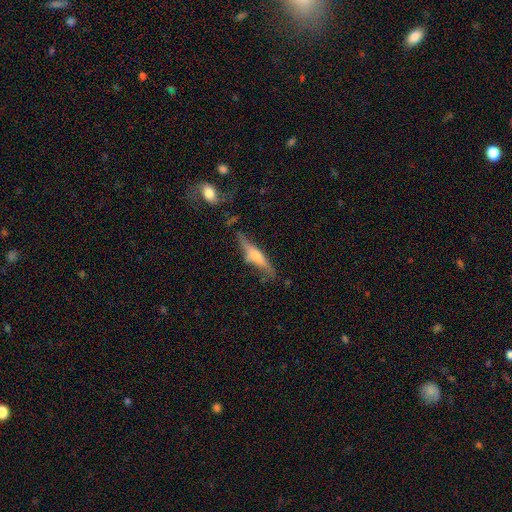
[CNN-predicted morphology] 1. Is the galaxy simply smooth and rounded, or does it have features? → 49% featured or disk, 44% smooth, 7% star or artifact.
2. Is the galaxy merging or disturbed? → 56% none, 26% minor disturbance, 12% major disturbance, 6% merger.